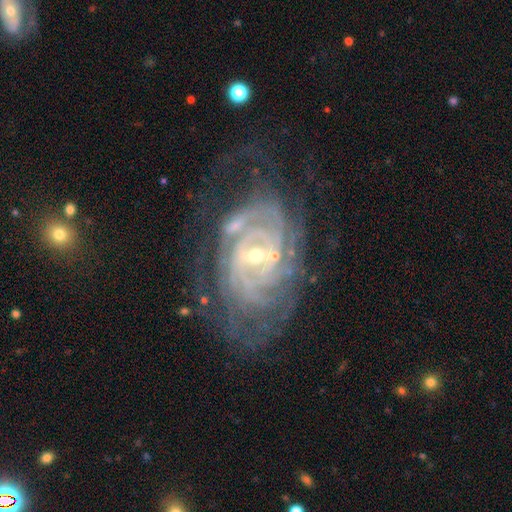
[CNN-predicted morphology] Overall: featured or disk (89%). Edge-on disk: no (96%). Bar: weak (45%; no 34%). Spiral arms: yes (96%). Spiral arm count: can't tell (35%; 2 18%). Spiral winding: tight (76%). Bulge size: small (67%; moderate 29%). Merging: none (61%).